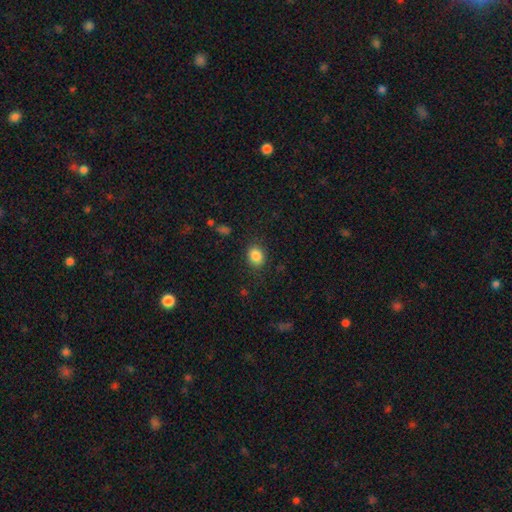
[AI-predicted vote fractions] A smooth galaxy with no disk features (85%) that is round (50%).

Vote fractions:
- Smooth or featured? smooth: 85% / star or artifact: 10% / featured or disk: 5%
- How rounded? round: 50% / in between: 49% / cigar-shaped: 1%
- Merging? none: 85% / minor disturbance: 11% / major disturbance: 4% / merger: 1%